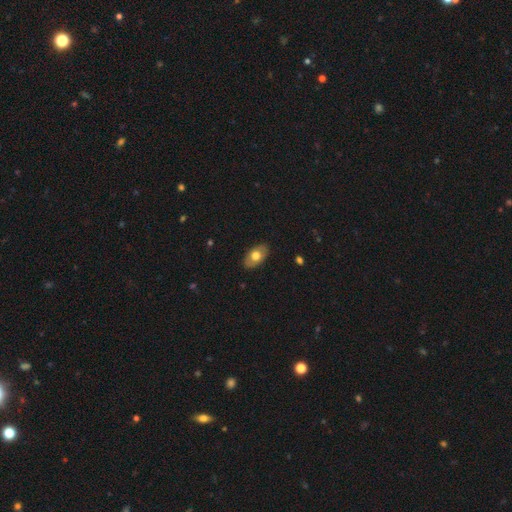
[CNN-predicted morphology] type=smooth (67%); roundness=in between (92%); merging=none (85%).